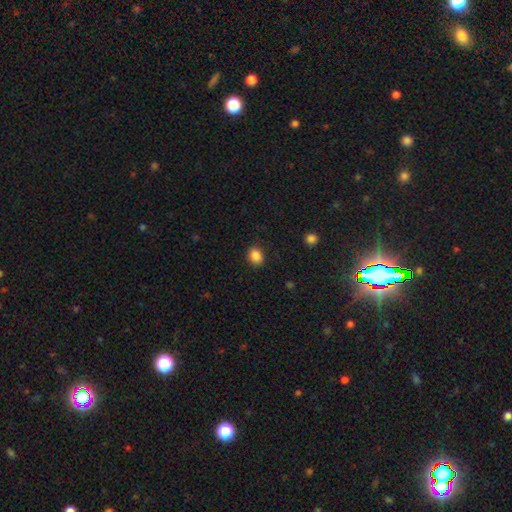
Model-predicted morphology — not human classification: Smooth or featured? Predicted: smooth (p=0.87). How rounded? Predicted: in between (p=0.57). Merging? Predicted: none (p=0.87).